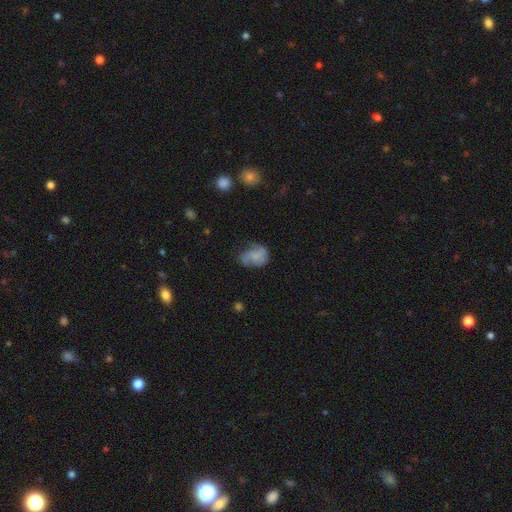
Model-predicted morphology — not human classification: This appears to be a smooth galaxy with no disk features (54%) that is in between round and cigar-shaped (64%). Merging: none (43%).